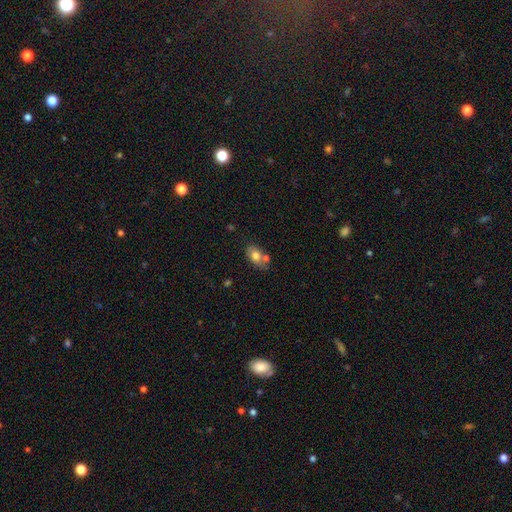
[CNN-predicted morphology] type=smooth (73%); roundness=in between (82%); merging=none (47%).